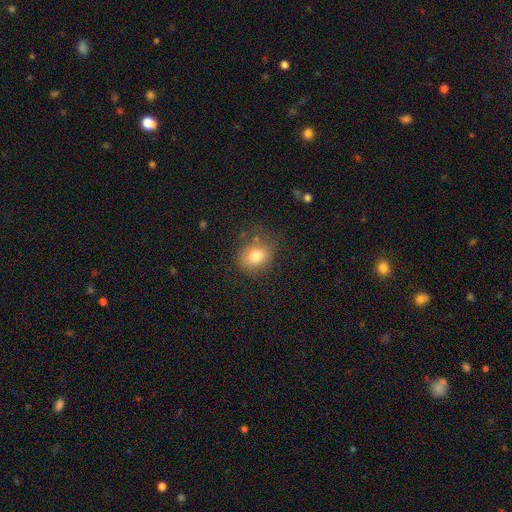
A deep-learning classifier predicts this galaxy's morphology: Smooth or featured? smooth (78%)
How rounded? round (55%)
Merging? none (71%)